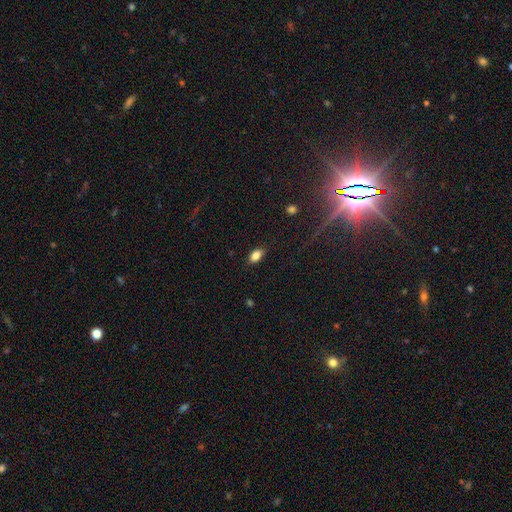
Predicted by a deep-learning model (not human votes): Q: Smooth or featured?
A: smooth (84%); runner-up: star or artifact (9%)
Q: How rounded?
A: in between (89%); runner-up: round (7%)
Q: Merging?
A: none (85%); runner-up: minor disturbance (11%)